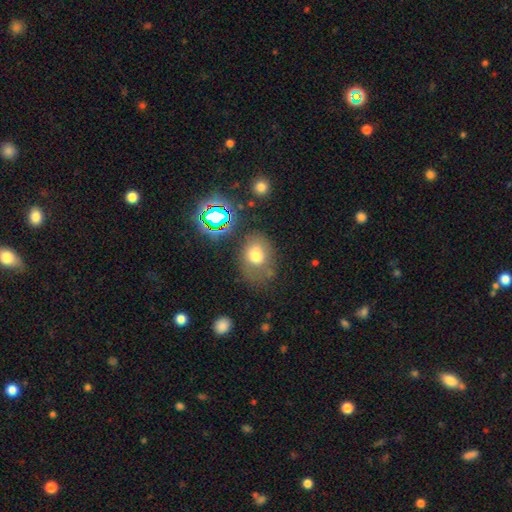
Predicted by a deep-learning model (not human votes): smooth_or_featured: smooth (p=0.68) [alt: featured or disk p=0.16]
how_rounded: in between (p=0.61) [alt: round p=0.38]
merging: none (p=0.57) [alt: minor disturbance p=0.24]